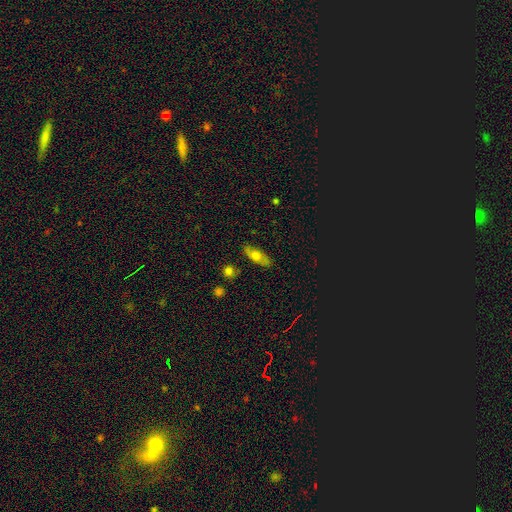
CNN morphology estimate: type=smooth (59%); roundness=in between (68%); merging=none (82%).